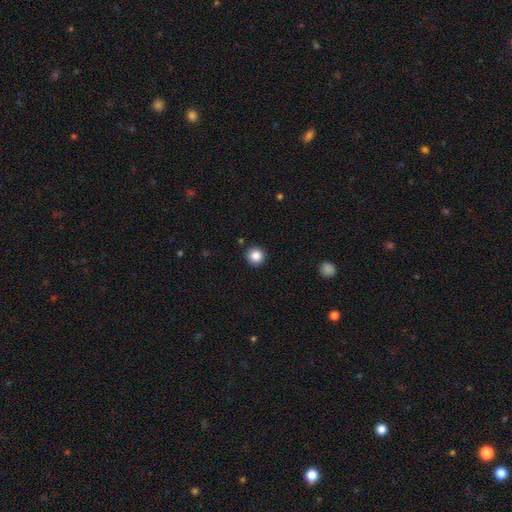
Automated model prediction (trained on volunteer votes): Smooth or featured? smooth (86%)
How rounded? round (96%)
Merging? none (92%)